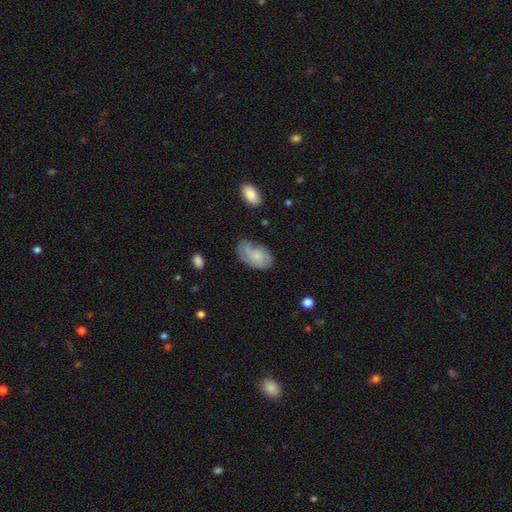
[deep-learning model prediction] This appears to be a smooth galaxy with no disk features (56%) that is in between round and cigar-shaped (92%). Merging: none (52%).